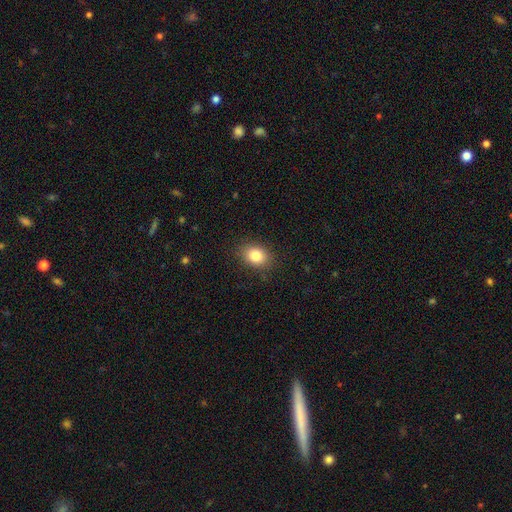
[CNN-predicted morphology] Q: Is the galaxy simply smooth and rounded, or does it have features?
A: smooth — 83%.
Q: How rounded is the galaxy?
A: in between — 57%.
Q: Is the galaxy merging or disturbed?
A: none — 86%.